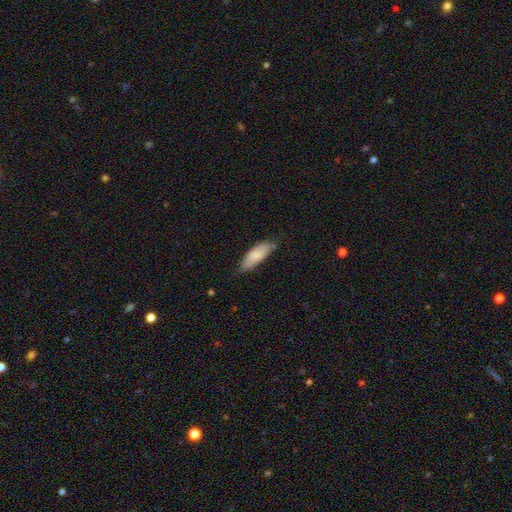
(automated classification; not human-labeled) Smooth or featured? Predicted: smooth (p=0.81). How rounded? Predicted: in between (p=0.64). Merging? Predicted: none (p=0.68).